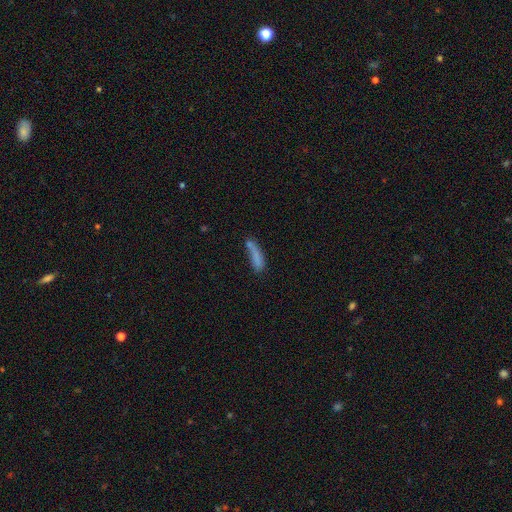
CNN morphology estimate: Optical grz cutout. It shows a smooth galaxy with no disk features (73%) that is cigar-shaped (67%). Merging: none (42%).